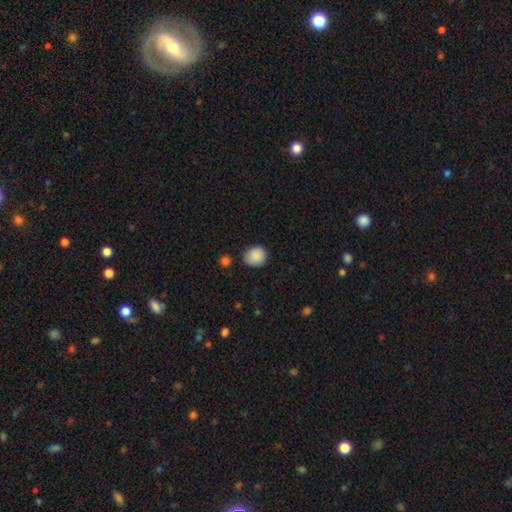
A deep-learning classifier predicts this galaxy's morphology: A smooth galaxy with no disk features (89%) that is round (79%). Merging: none (78%).